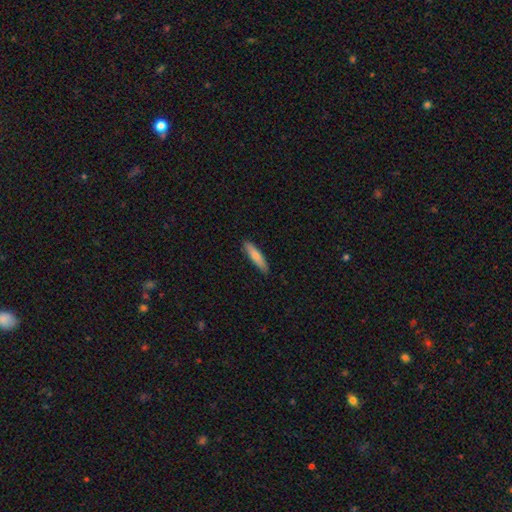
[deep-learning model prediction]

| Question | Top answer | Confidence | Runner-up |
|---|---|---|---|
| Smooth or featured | smooth | 76% | featured or disk (18%) |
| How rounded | cigar-shaped | 80% | in between (19%) |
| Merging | none | 89% | minor disturbance (8%) |